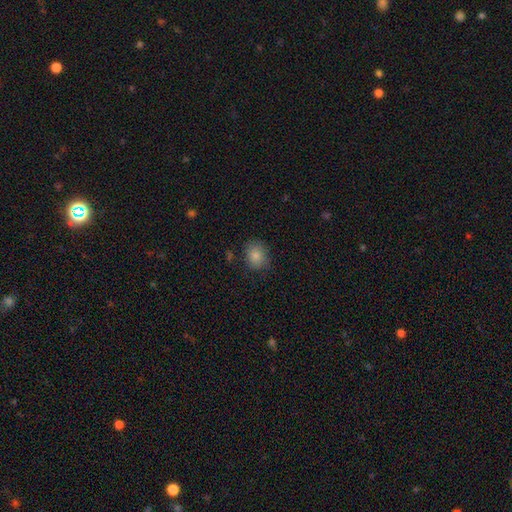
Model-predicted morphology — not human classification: The model was most divided on "how rounded": round: 58%, in between: 41%, cigar-shaped: 1%. More confident: smooth or featured — smooth (84%); merging — none (78%).